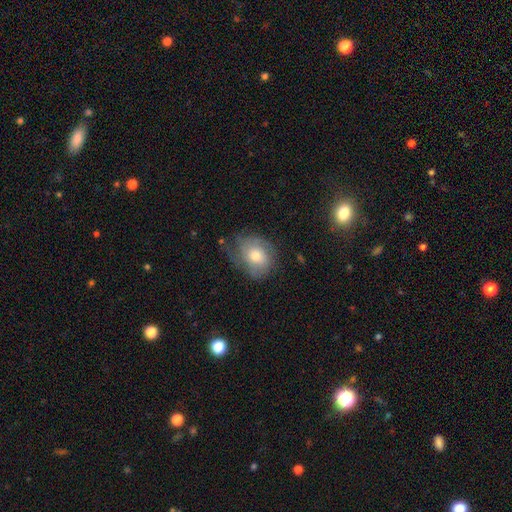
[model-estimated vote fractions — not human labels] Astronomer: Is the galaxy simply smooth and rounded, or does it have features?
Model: smooth — 54% (runner-up: featured or disk, 38%).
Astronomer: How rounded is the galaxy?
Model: in between — 53% (runner-up: round, 46%).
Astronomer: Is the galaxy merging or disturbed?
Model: none — 53% (runner-up: minor disturbance, 30%).